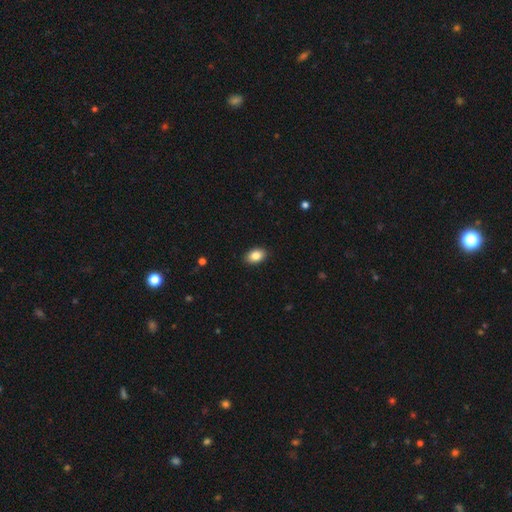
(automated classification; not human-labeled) A smooth galaxy with no disk features (86%) that is in between round and cigar-shaped (86%).

Vote fractions:
- Smooth or featured? smooth: 86% / star or artifact: 8% / featured or disk: 6%
- How rounded? in between: 86% / round: 13% / cigar-shaped: 1%
- Merging? none: 90% / minor disturbance: 7% / major disturbance: 2% / merger: 1%